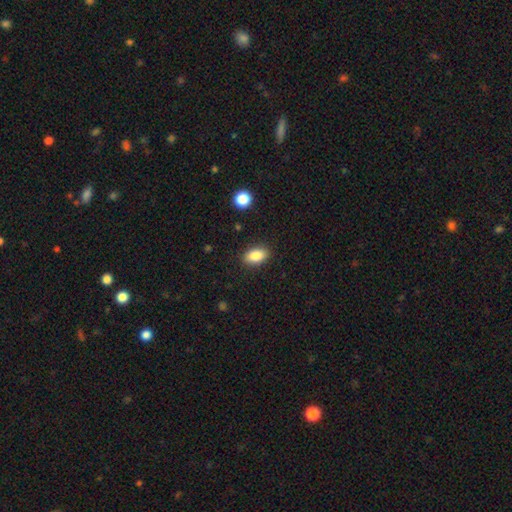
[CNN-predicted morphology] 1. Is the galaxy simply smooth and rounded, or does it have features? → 86% smooth, 8% star or artifact, 6% featured or disk.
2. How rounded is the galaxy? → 89% in between, 8% round, 3% cigar-shaped.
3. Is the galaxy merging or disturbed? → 88% none, 9% minor disturbance, 2% major disturbance, 1% merger.